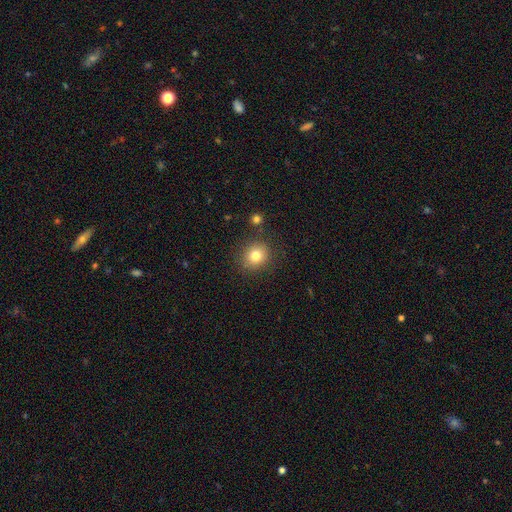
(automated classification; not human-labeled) A smooth galaxy with no disk features (80%) that is round (81%). Merging: none (85%).